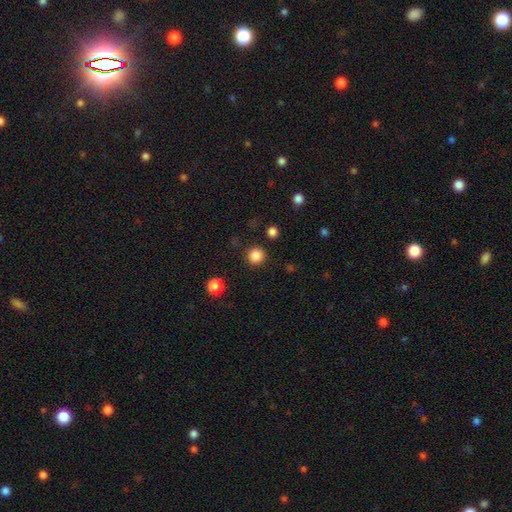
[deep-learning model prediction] This is clearly a smooth galaxy (85%). How rounded: clearly round (94%). Merging: clearly none (89%).